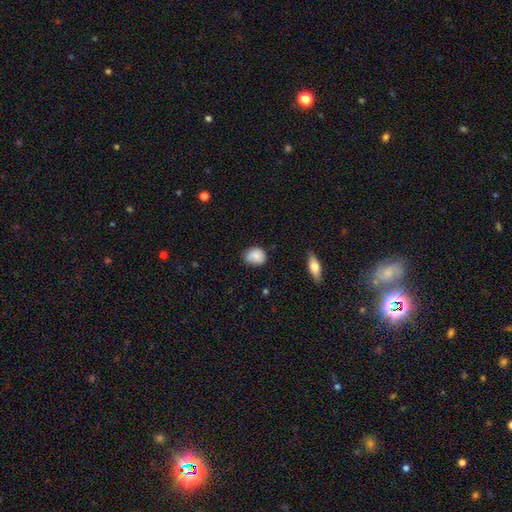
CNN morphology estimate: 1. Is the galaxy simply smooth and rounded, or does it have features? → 76% smooth, 16% featured or disk, 8% star or artifact.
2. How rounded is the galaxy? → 50% round, 49% in between, 1% cigar-shaped.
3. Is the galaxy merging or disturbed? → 61% none, 29% minor disturbance, 5% major disturbance, 4% merger.